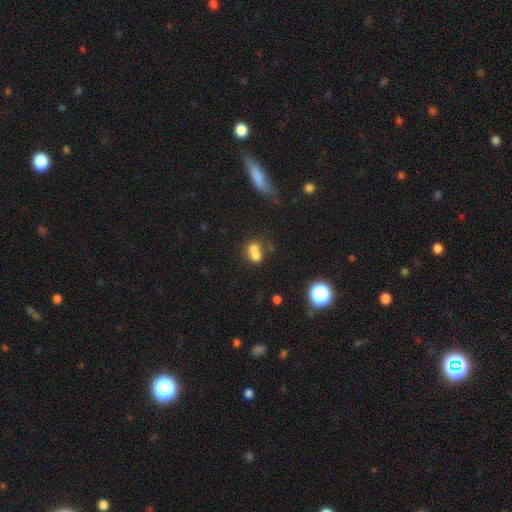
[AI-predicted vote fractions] The model was most divided on "how rounded": round: 57%, in between: 41%, cigar-shaped: 2%. More confident: smooth or featured — smooth (66%); merging — merger (62%).